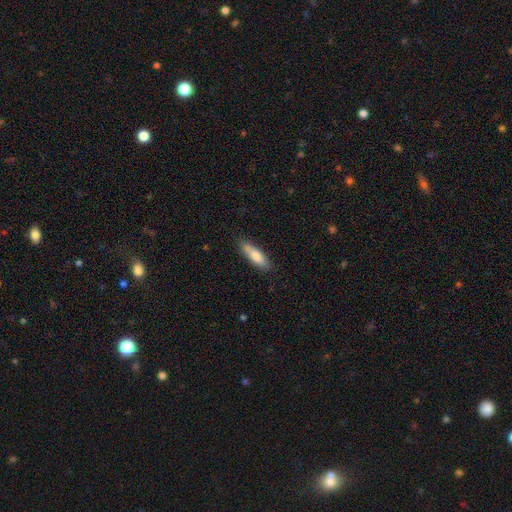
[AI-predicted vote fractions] Morphology: type=smooth (77%); roundness=cigar-shaped (59%); merging=none (75%).